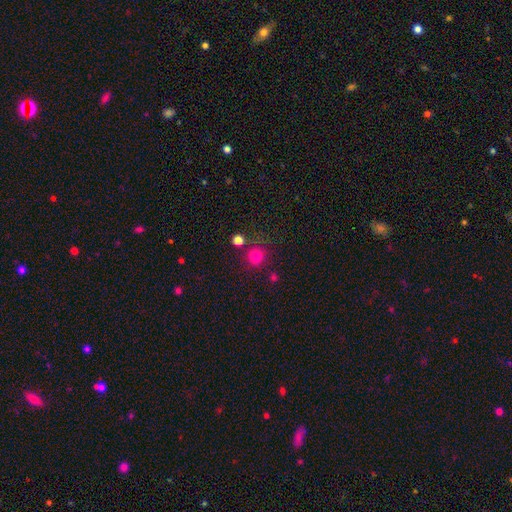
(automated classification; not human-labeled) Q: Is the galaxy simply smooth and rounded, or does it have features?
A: smooth — 78%.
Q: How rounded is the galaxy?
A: round — 93%.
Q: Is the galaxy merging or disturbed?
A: none — 81%.